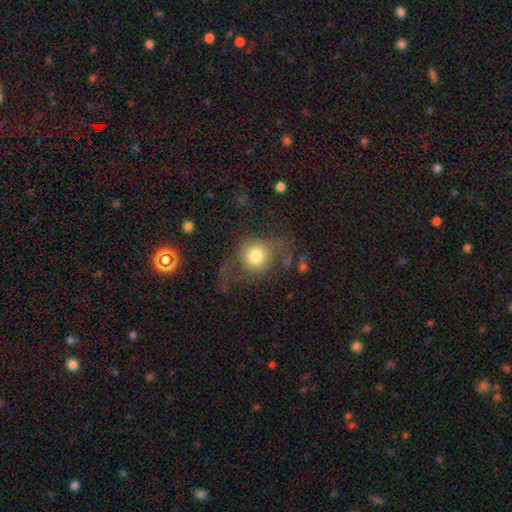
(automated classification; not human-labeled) Morphology: type=smooth (70%); roundness=round (82%); merging=none (43%).